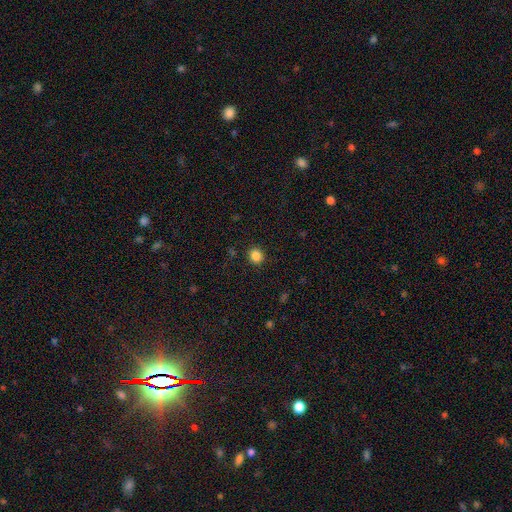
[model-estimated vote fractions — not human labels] smooth-or-featured: smooth: 85% | star or artifact: 12% | featured or disk: 3%
  how-rounded: round: 81% | in between: 18% | cigar-shaped: 1%
  merging: none: 89% | minor disturbance: 7% | major disturbance: 2% | merger: 1%